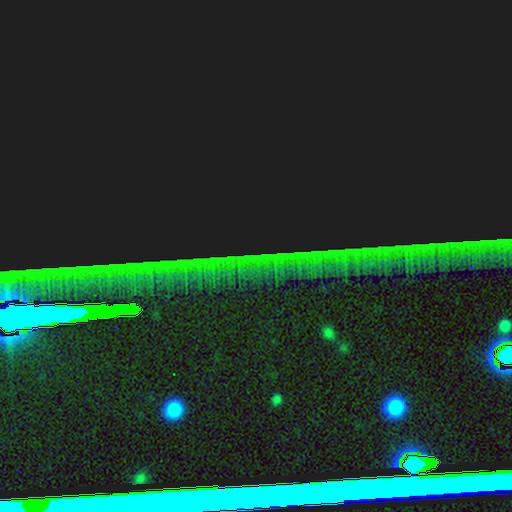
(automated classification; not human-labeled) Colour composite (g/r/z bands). It shows a star or artifact, not a galaxy (87%).